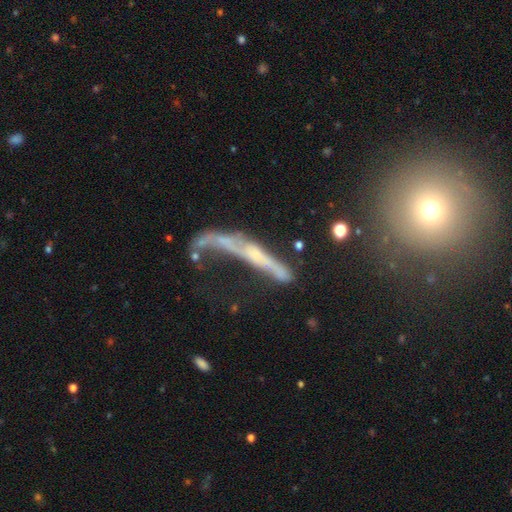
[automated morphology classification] type=featured or disk (63%); edge-on=yes (62%); merging=major disturbance (38%).